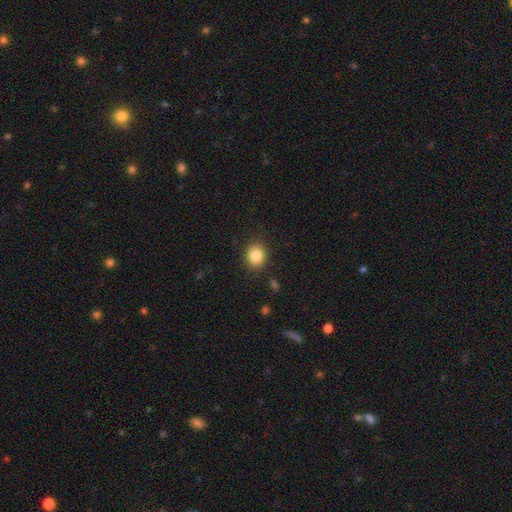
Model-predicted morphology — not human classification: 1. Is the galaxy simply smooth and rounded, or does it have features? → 84% smooth, 10% star or artifact, 6% featured or disk.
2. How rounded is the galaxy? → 67% round, 32% in between, 1% cigar-shaped.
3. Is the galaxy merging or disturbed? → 87% none, 9% minor disturbance, 3% major disturbance, 1% merger.